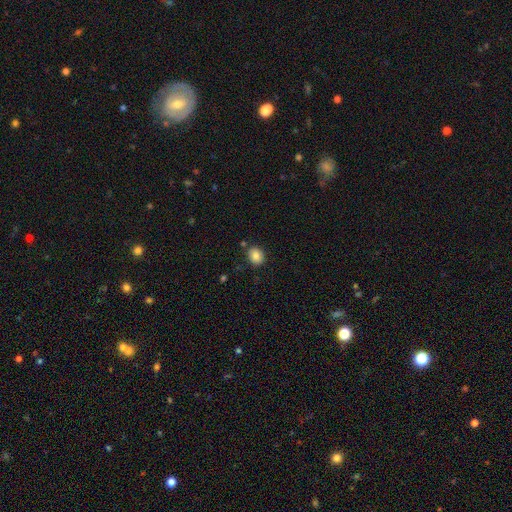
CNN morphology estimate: smooth_or_featured: smooth (p=0.84) [alt: star or artifact p=0.10]
how_rounded: round (p=0.62) [alt: in between p=0.37]
merging: none (p=0.84) [alt: minor disturbance p=0.10]